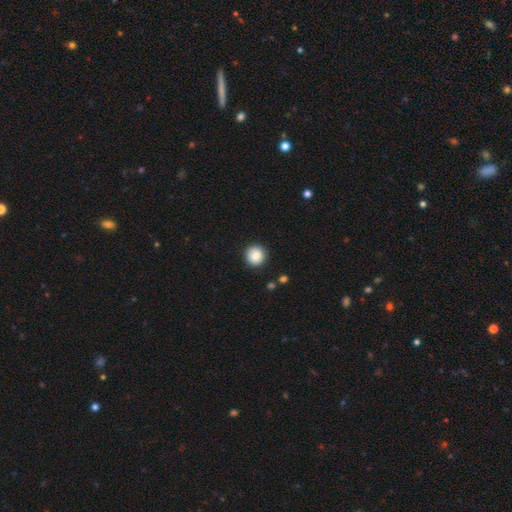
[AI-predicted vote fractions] Smooth or featured? Predicted: smooth (p=0.81). How rounded? Predicted: round (p=0.95). Merging? Predicted: none (p=0.92).